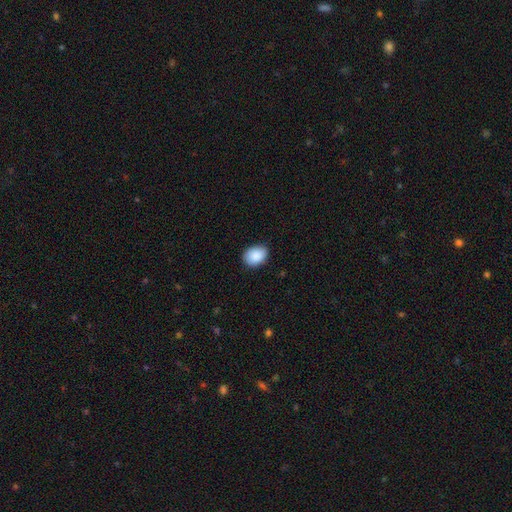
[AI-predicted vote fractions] Smooth or featured?
  - smooth: 89% *
  - star or artifact: 7%
  - featured or disk: 4%
How rounded?
  - in between: 71% *
  - round: 28%
  - cigar-shaped: 1%
Merging?
  - none: 82% *
  - minor disturbance: 15%
  - major disturbance: 2%
  - merger: 1%